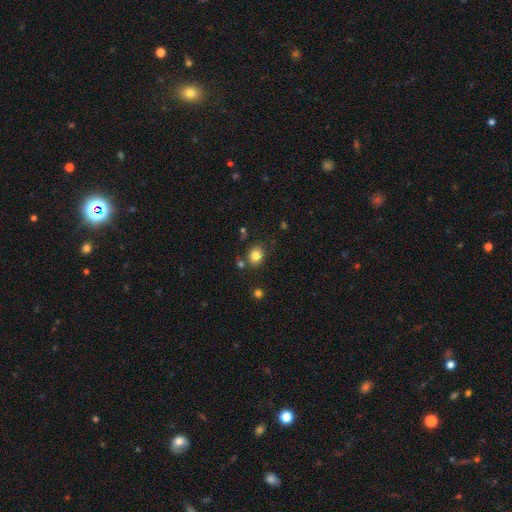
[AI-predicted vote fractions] Morphology: type=smooth (82%); roundness=round (66%); merging=none (80%).